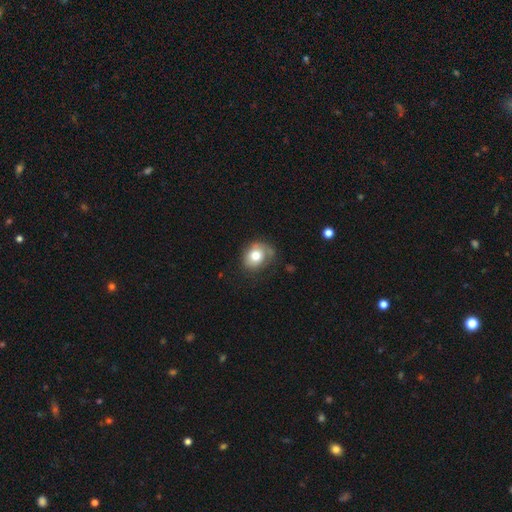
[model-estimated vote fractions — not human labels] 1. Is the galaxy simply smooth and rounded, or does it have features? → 69% smooth, 22% featured or disk, 9% star or artifact.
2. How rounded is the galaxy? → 55% round, 45% in between, 1% cigar-shaped.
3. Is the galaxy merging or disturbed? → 58% none, 28% minor disturbance, 12% major disturbance, 2% merger.